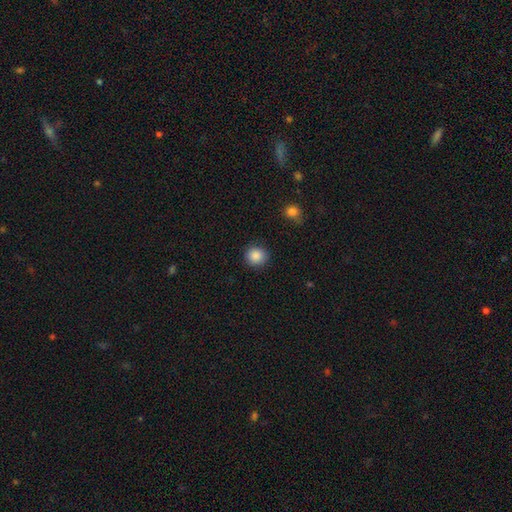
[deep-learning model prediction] Overall: smooth (88%). How rounded: round (91%). Merging: none (89%).